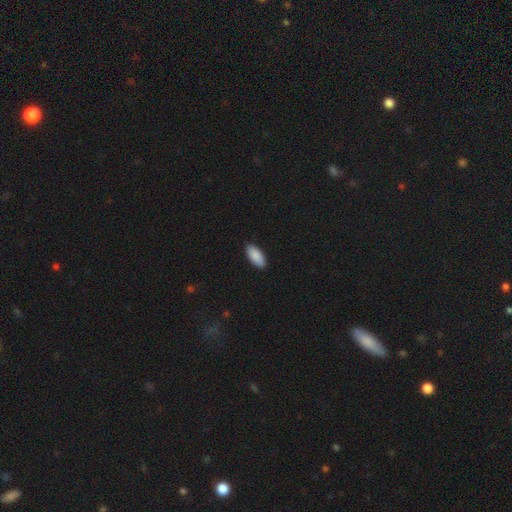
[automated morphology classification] Smooth or featured? Predicted: smooth (p=0.91). How rounded? Predicted: in between (p=0.91). Merging? Predicted: none (p=0.90).